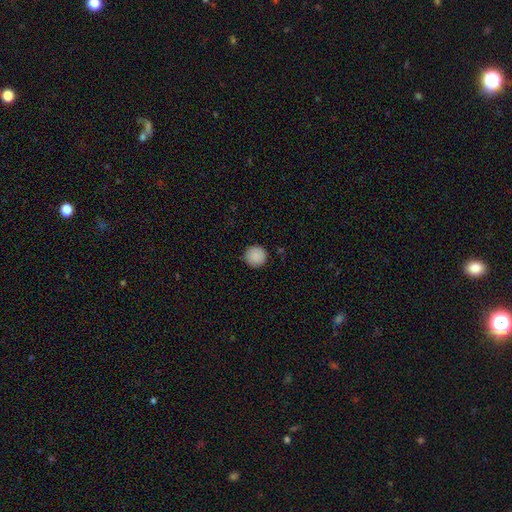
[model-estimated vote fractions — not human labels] Morphology: type=smooth (89%); roundness=round (96%); merging=none (91%).